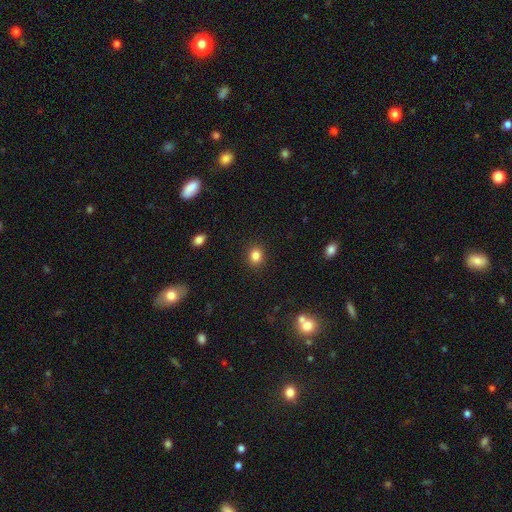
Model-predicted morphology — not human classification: A smooth galaxy with no disk features (84%) that is round (71%). Merging: none (90%).